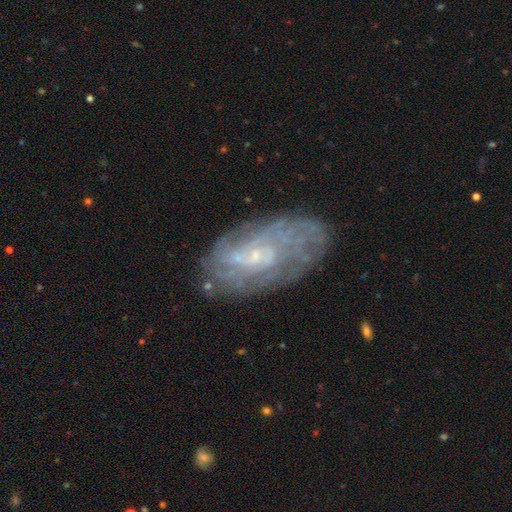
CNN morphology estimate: smooth-or-featured: featured or disk: 75% | smooth: 16% | star or artifact: 9%
  disk-edge-on: no: 94% | yes: 6%
    bar: no: 63% | weak: 31% | strong: 6%
    has-spiral-arms: yes: 82% | no: 18%
      spiral-winding: tight: 62% | medium: 28% | loose: 11%
      spiral-arm-count: can't tell: 57% | 4: 11% | 2: 11% | more than 4: 9% | 3: 8% | 1: 5%
    bulge-size: small: 76% | moderate: 14% | none: 8% | large: 1% | dominant: 1%
  merging: none: 72% | minor disturbance: 18% | major disturbance: 8% | merger: 3%